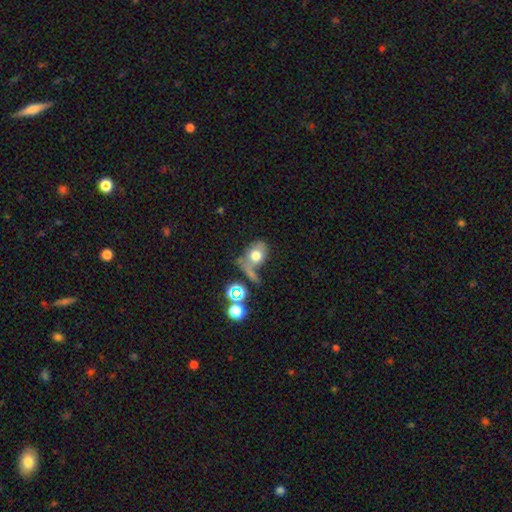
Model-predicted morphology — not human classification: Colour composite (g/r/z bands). It shows a smooth galaxy with no disk features (64%) that is in between round and cigar-shaped (62%). Merging: merger (32%).